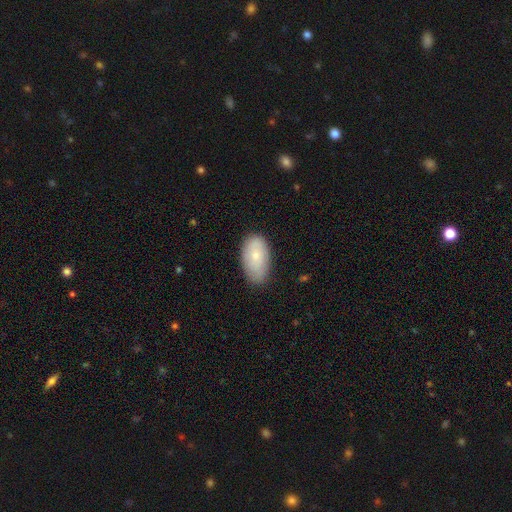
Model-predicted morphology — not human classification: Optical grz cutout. It shows a smooth galaxy with no disk features (72%) that is in between round and cigar-shaped (94%). Merging: none (76%).